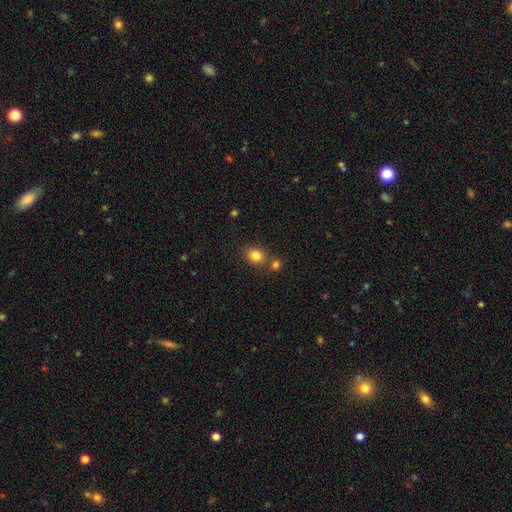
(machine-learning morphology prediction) smooth_or_featured: smooth (p=0.83) [alt: star or artifact p=0.11]
how_rounded: round (p=0.61) [alt: in between p=0.38]
merging: none (p=0.68) [alt: merger p=0.19]